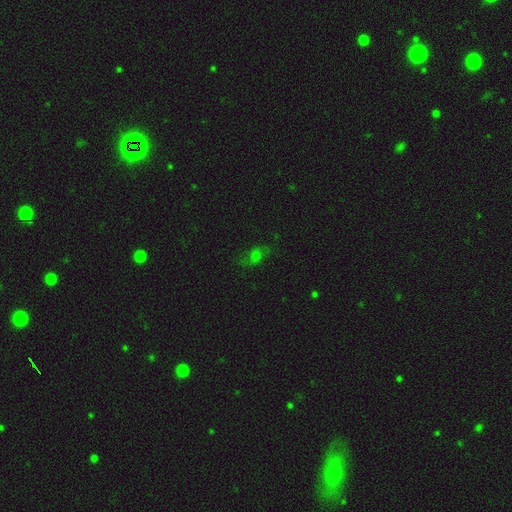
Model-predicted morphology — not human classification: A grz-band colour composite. It shows a smooth galaxy with no disk features (46%). Merging: none (65%).